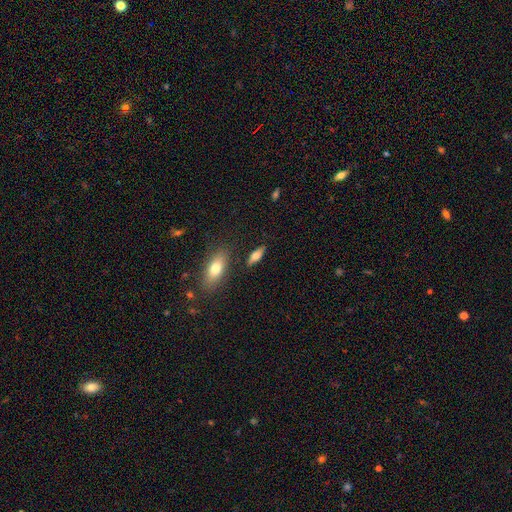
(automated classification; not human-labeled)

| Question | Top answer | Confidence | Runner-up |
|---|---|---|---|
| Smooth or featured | smooth | 66% | featured or disk (27%) |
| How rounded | in between | 64% | cigar-shaped (33%) |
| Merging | none | 83% | minor disturbance (11%) |